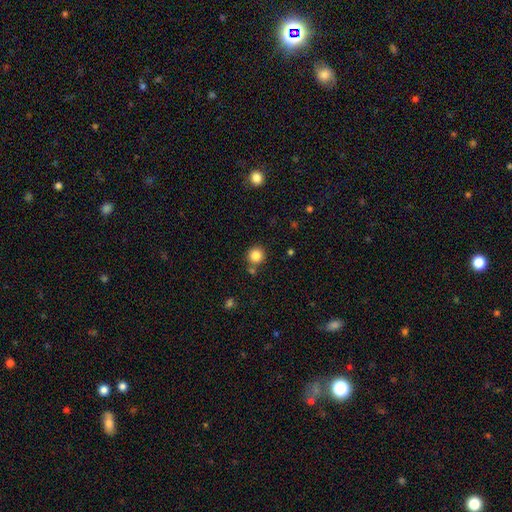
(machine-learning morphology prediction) smooth 84%, star or artifact 11%, featured or disk 5%. Down the decision tree: how rounded — round (94%); merging — none (80%).